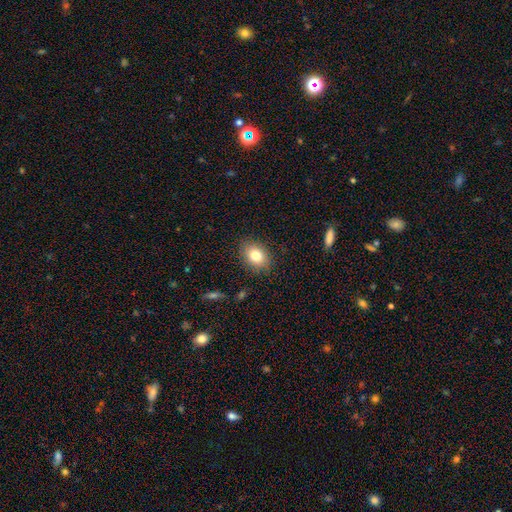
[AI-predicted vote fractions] smooth 81%, featured or disk 10%, star or artifact 9%. Down the decision tree: how rounded — in between (70%); merging — none (86%).